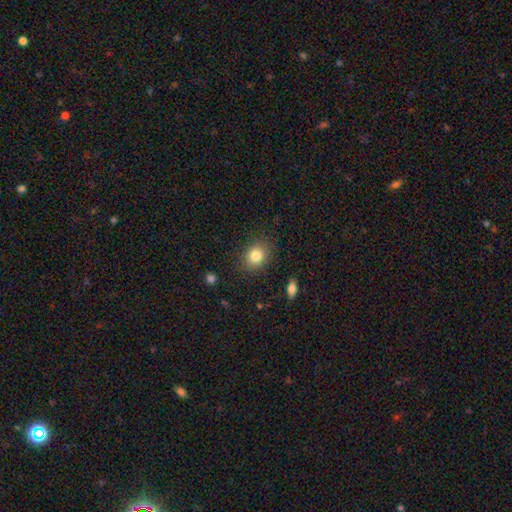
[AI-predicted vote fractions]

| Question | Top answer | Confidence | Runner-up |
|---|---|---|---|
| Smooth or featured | smooth | 82% | star or artifact (10%) |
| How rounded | round | 54% | in between (45%) |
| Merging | none | 85% | minor disturbance (10%) |